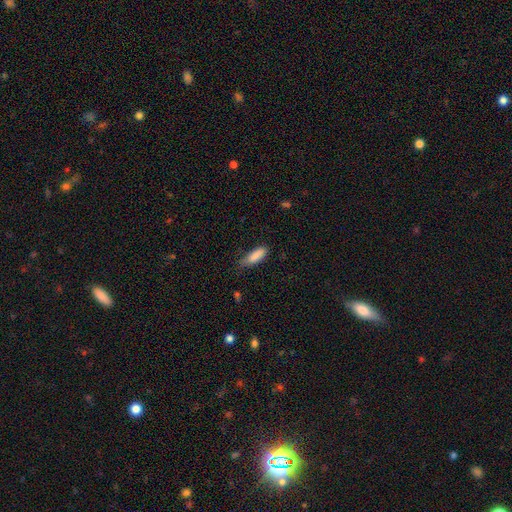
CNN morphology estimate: smooth-or-featured: smooth: 87% | star or artifact: 7% | featured or disk: 6%
  how-rounded: in between: 56% | cigar-shaped: 42% | round: 2%
  merging: none: 63% | minor disturbance: 30% | major disturbance: 6% | merger: 2%